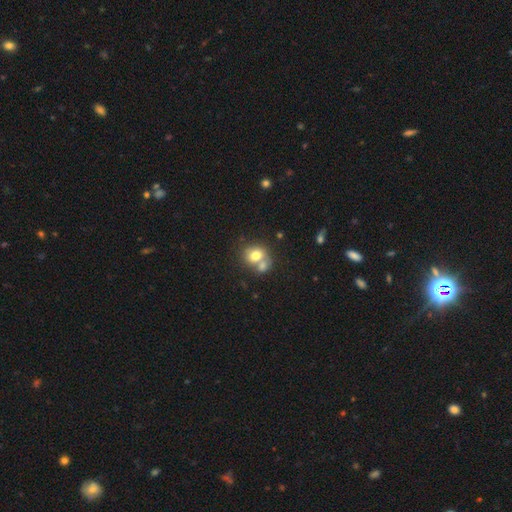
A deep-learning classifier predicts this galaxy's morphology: Smooth or featured?
  - smooth: 73% *
  - featured or disk: 17%
  - star or artifact: 10%
How rounded?
  - round: 61% *
  - in between: 38%
  - cigar-shaped: 1%
Merging?
  - merger: 49% *
  - none: 37%
  - minor disturbance: 10%
  - major disturbance: 4%